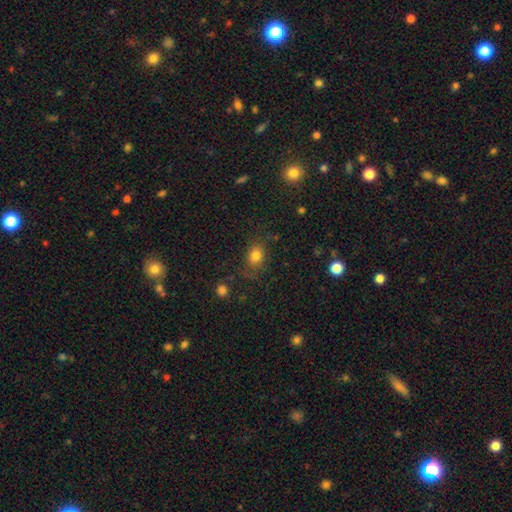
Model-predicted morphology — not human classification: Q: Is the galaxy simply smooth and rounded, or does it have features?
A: smooth — 78%.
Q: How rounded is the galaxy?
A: in between — 52%.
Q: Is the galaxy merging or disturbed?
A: none — 71%.